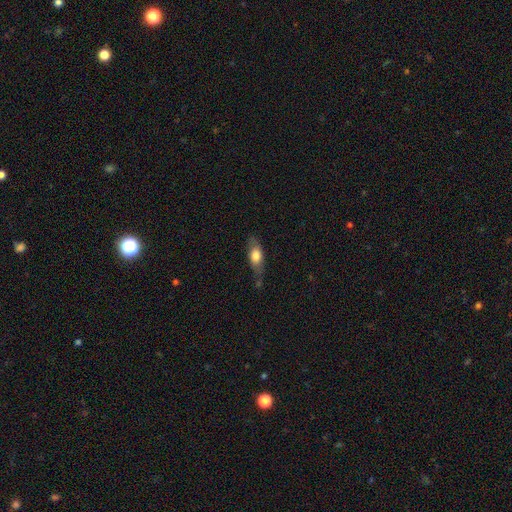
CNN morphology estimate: A smooth galaxy with no disk features (67%) that is in between round and cigar-shaped (72%).

Vote fractions:
- Smooth or featured? smooth: 67% / featured or disk: 26% / star or artifact: 7%
- How rounded? in between: 72% / cigar-shaped: 22% / round: 6%
- Merging? none: 63% / minor disturbance: 25% / major disturbance: 8% / merger: 5%